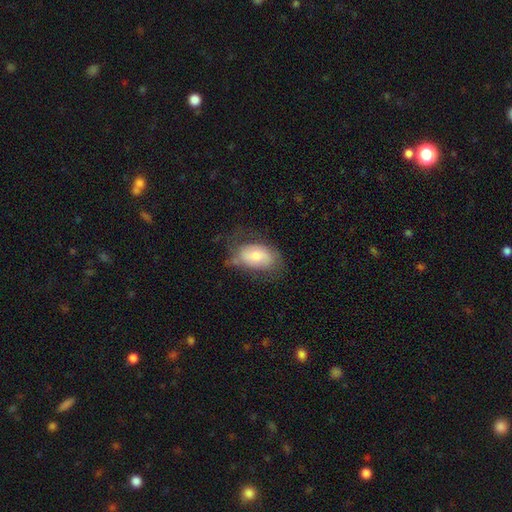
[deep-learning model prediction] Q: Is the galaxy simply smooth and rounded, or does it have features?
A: smooth — 58%.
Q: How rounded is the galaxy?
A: in between — 89%.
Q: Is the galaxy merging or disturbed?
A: none — 54%.